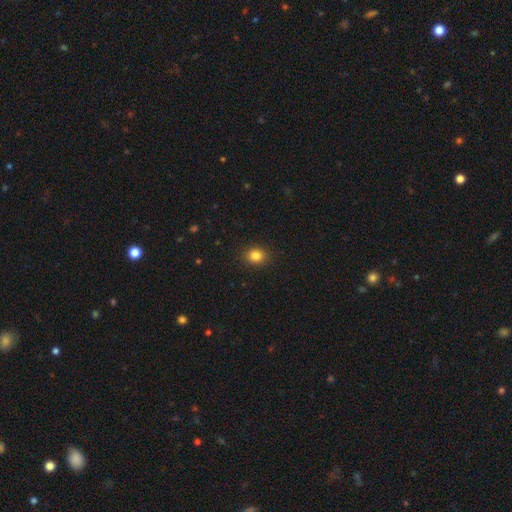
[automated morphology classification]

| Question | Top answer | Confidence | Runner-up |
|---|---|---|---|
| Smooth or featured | smooth | 84% | star or artifact (11%) |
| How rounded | round | 63% | in between (36%) |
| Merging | none | 90% | minor disturbance (7%) |